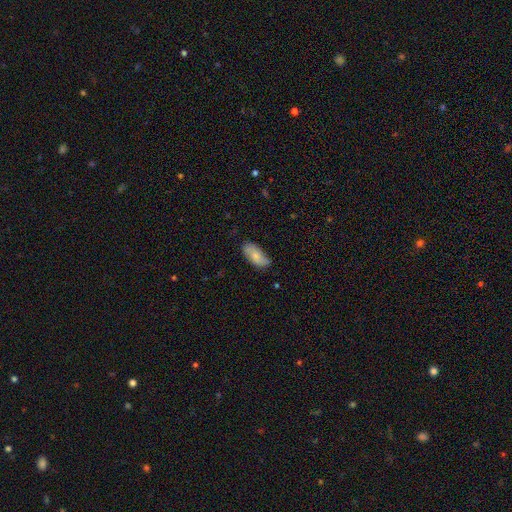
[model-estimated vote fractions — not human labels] A smooth galaxy with no disk features (72%) that is in between round and cigar-shaped (90%).

Vote fractions:
- Smooth or featured? smooth: 72% / featured or disk: 21% / star or artifact: 7%
- How rounded? in between: 90% / cigar-shaped: 8% / round: 2%
- Merging? none: 67% / minor disturbance: 27% / major disturbance: 5% / merger: 1%